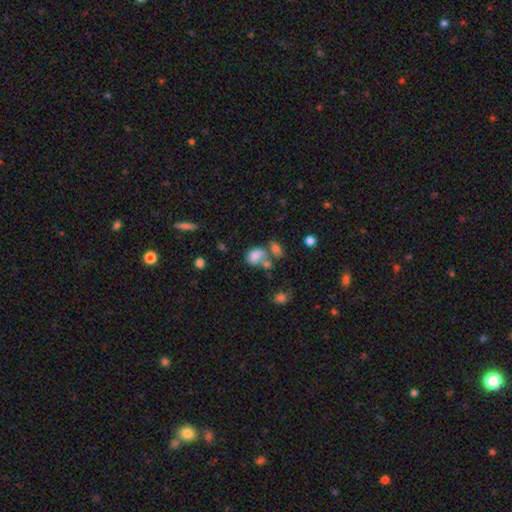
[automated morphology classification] A smooth galaxy with no disk features (78%) that is in between round and cigar-shaped (76%).

Vote fractions:
- Smooth or featured? smooth: 78% / star or artifact: 12% / featured or disk: 10%
- How rounded? in between: 76% / round: 22% / cigar-shaped: 2%
- Merging? merger: 40% / none: 34% / minor disturbance: 16% / major disturbance: 10%